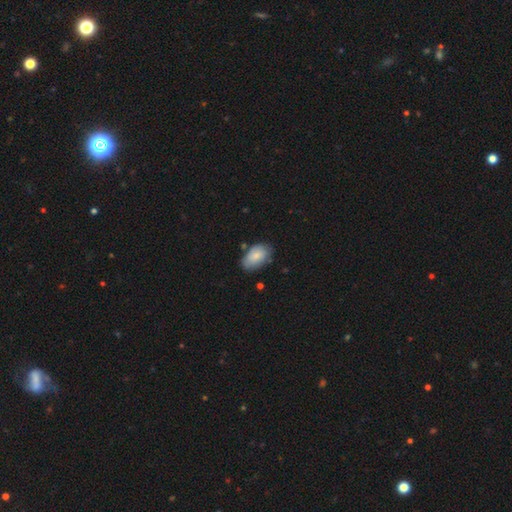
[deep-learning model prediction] A smooth galaxy with no disk features (81%) that is in between round and cigar-shaped (93%). Merging: none (71%).